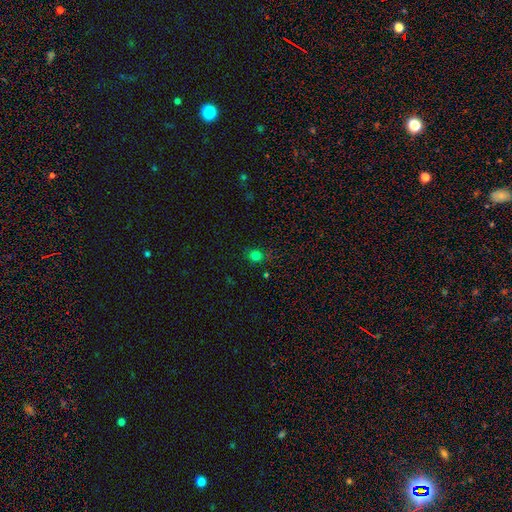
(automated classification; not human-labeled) Morphology: type=smooth (76%); roundness=round (71%); merging=none (80%).